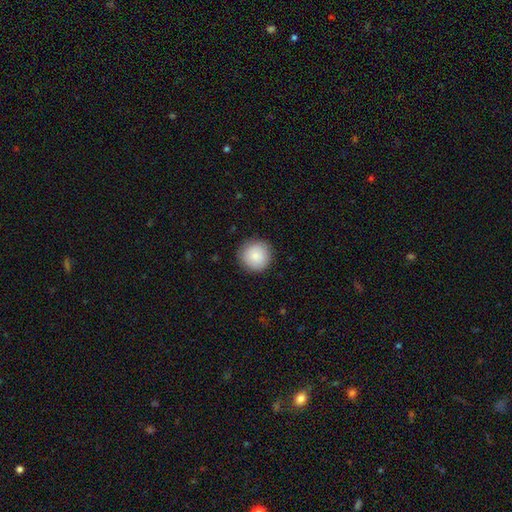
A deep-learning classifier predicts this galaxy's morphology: Smooth or featured: smooth — 86% (star or artifact — 7%)
How rounded: round — 95% (in between — 4%)
Merging: none — 89% (minor disturbance — 8%)